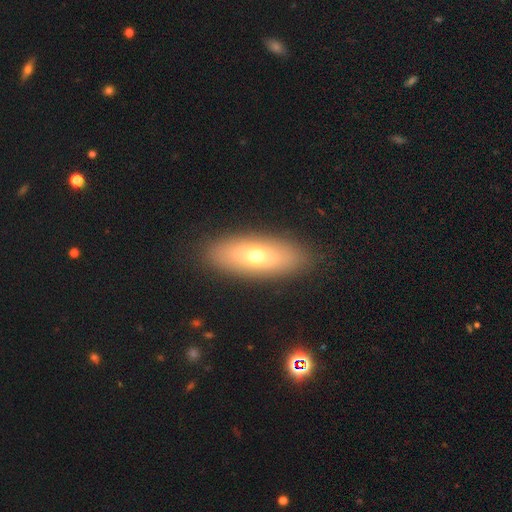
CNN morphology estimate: A smooth galaxy with no disk features (63%) that is in between round and cigar-shaped (71%). Merging: none (88%).